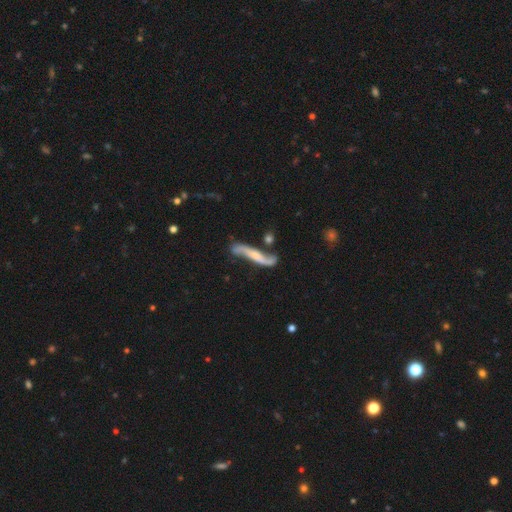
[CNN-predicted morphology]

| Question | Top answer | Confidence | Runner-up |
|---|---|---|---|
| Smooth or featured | featured or disk | 75% | smooth (19%) |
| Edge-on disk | no | 67% | yes (33%) |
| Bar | no | 52% | weak (30%) |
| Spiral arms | yes | 91% | no (9%) |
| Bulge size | small | 46% | moderate (31%) |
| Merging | none | 55% | minor disturbance (22%) |